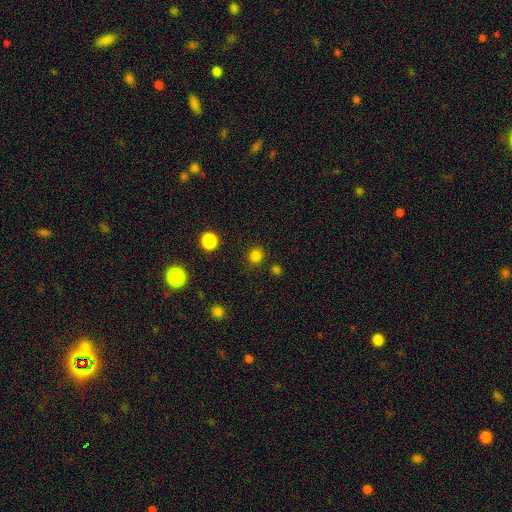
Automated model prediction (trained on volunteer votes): Overall: smooth (80%). How rounded: round (92%). Merging: none (88%).